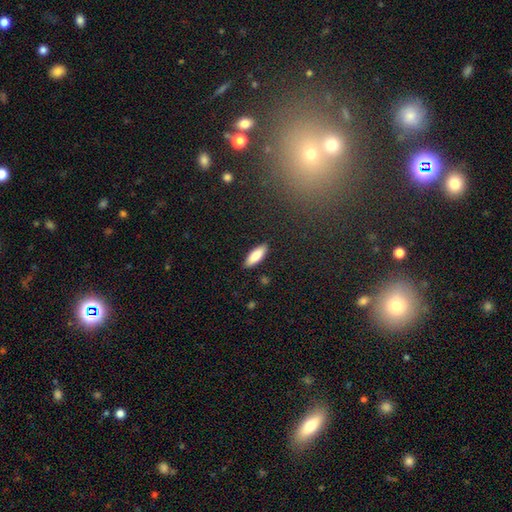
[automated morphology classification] This is clearly a smooth galaxy (84%). How rounded: likely in between (62%). Merging: clearly none (88%).